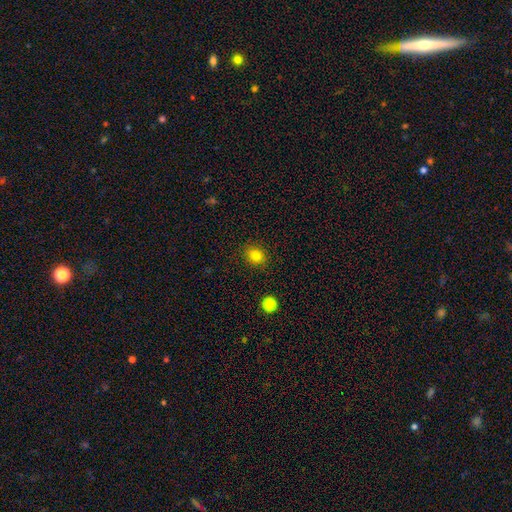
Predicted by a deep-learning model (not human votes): Smooth or featured? smooth (83%)
How rounded? round (66%)
Merging? none (88%)